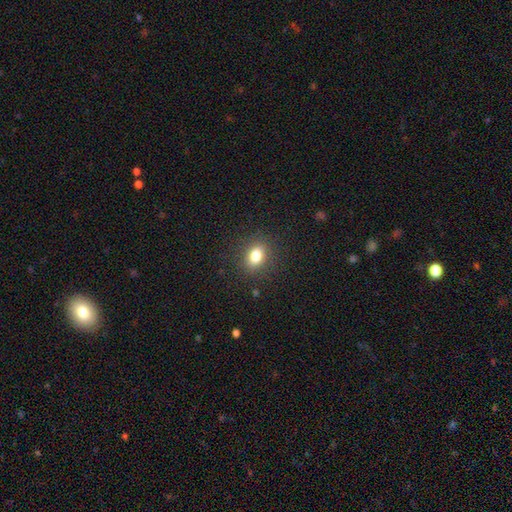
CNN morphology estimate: This appears to be a smooth galaxy with no disk features (81%) that is in between round and cigar-shaped (63%). Merging: none (87%).